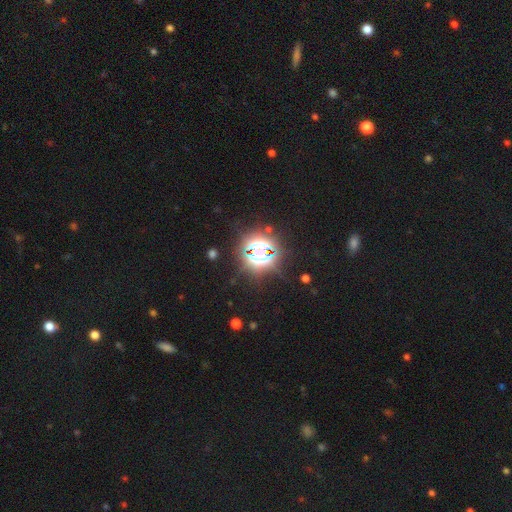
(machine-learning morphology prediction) Smooth or featured? Predicted: star or artifact (p=0.81).